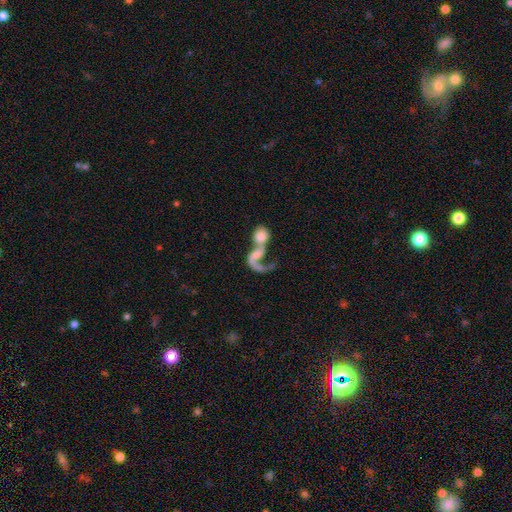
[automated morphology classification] Smooth or featured? featured or disk (61%)
Edge-on disk? no (95%)
Bar? no (67%)
Spiral arms? yes (73%)
Bulge size? moderate (30%)
Merging? merger (69%)